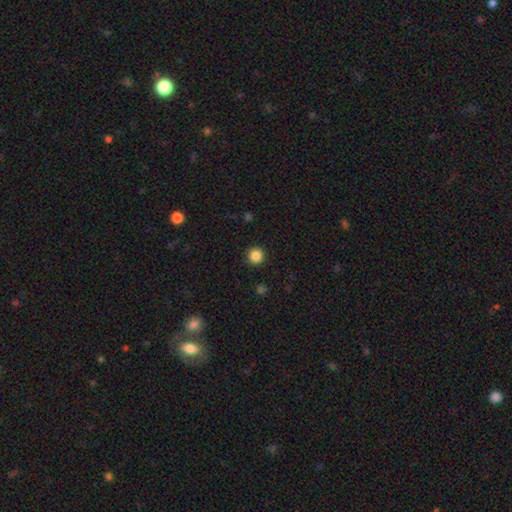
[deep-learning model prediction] Overall: smooth (86%). How rounded: round (96%). Merging: none (93%).